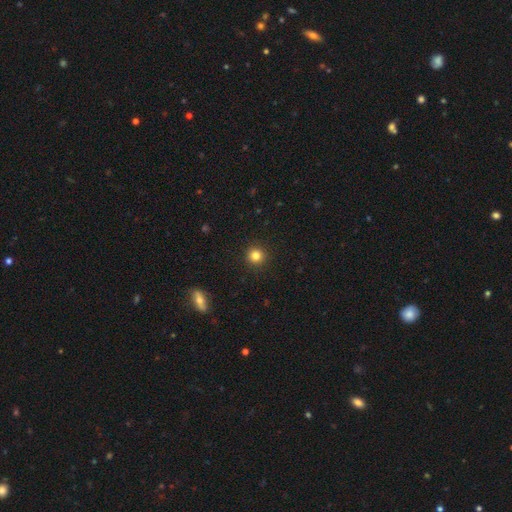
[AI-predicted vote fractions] Q: Smooth or featured?
A: smooth (82%); runner-up: star or artifact (12%)
Q: How rounded?
A: round (94%); runner-up: in between (5%)
Q: Merging?
A: none (92%); runner-up: minor disturbance (5%)